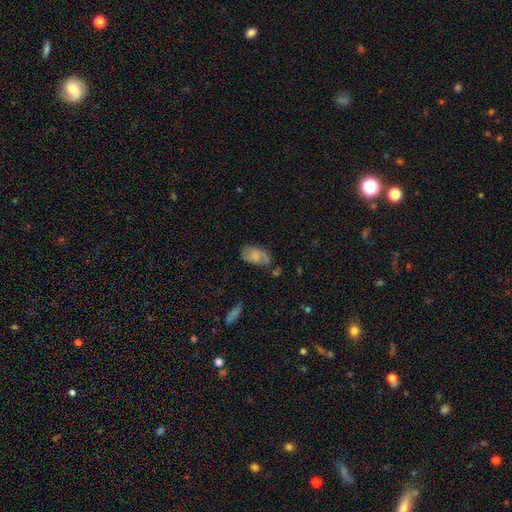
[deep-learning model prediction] Morphology: type=smooth (48%); merging=none (51%).